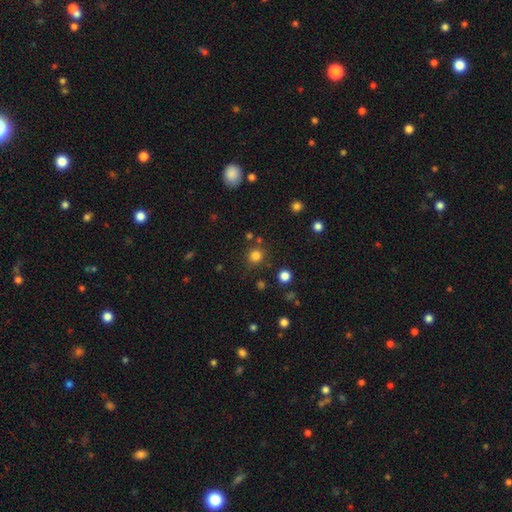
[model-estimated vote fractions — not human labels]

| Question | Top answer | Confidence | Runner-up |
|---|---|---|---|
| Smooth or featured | smooth | 80% | star or artifact (15%) |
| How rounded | round | 92% | in between (7%) |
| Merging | none | 82% | minor disturbance (9%) |